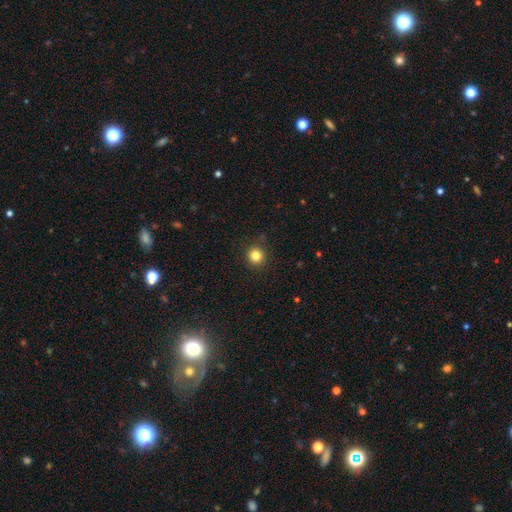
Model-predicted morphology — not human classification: smooth_or_featured: smooth (p=0.83) [alt: star or artifact p=0.12]
how_rounded: round (p=0.94) [alt: in between p=0.05]
merging: none (p=0.90) [alt: minor disturbance p=0.06]